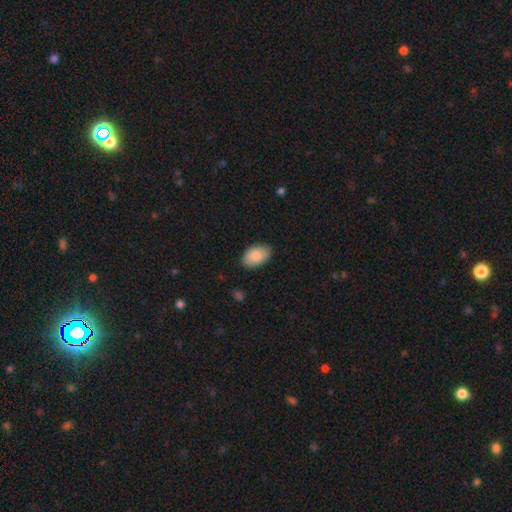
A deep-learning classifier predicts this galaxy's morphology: A smooth galaxy with no disk features (86%) that is in between round and cigar-shaped (90%).

Vote fractions:
- Smooth or featured? smooth: 86% / featured or disk: 8% / star or artifact: 6%
- How rounded? in between: 90% / round: 8% / cigar-shaped: 1%
- Merging? none: 83% / minor disturbance: 14% / major disturbance: 2% / merger: 1%